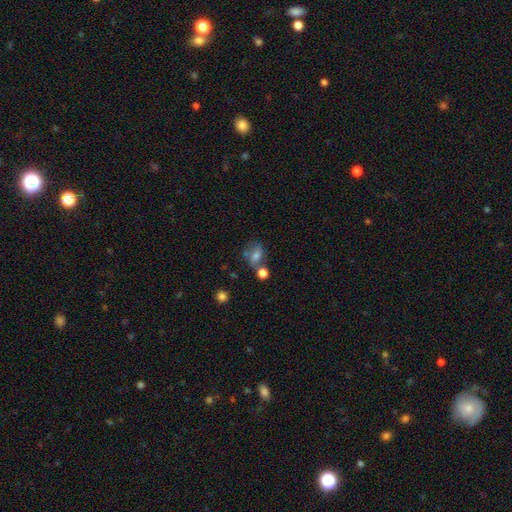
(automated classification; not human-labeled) Q: Smooth or featured?
A: smooth (63%); runner-up: featured or disk (21%)
Q: How rounded?
A: in between (61%); runner-up: round (36%)
Q: Merging?
A: none (48%); runner-up: merger (23%)